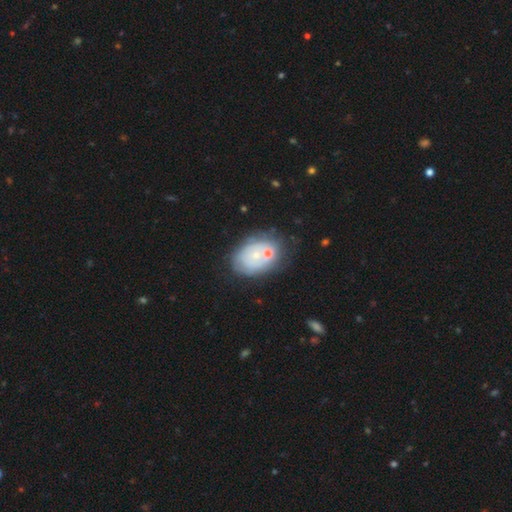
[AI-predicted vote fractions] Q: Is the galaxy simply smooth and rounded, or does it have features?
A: featured or disk — 55%.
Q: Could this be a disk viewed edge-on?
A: no — 97%.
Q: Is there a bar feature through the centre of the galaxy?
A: no — 90%.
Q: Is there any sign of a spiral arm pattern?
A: no — 65%.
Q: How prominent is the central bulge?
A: small — 62%.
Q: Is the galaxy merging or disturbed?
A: none — 50%.